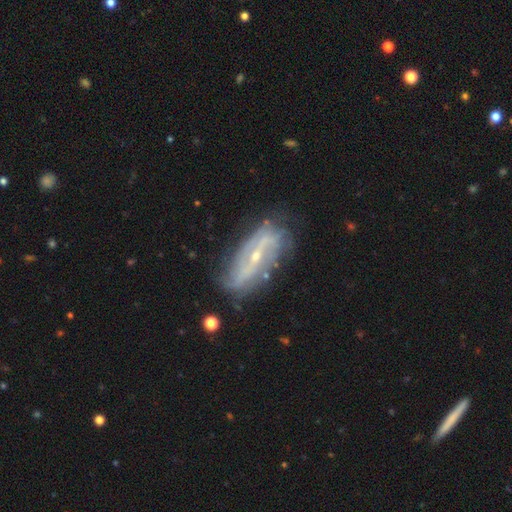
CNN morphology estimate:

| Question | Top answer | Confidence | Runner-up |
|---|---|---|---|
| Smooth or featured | featured or disk | 81% | smooth (11%) |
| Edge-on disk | no | 86% | yes (14%) |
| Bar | weak | 36% | strong (35%) |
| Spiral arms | yes | 87% | no (13%) |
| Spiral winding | loose | 41% | medium (34%) |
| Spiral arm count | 2 | 60% | can't tell (23%) |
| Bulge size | small | 73% | moderate (23%) |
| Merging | none | 71% | minor disturbance (19%) |